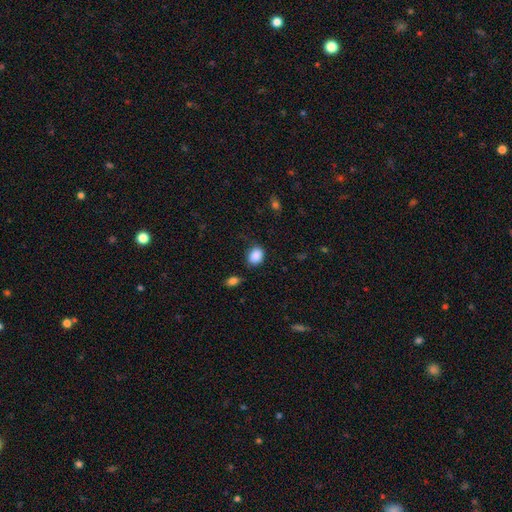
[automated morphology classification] type=smooth (88%); roundness=in between (59%); merging=none (72%).